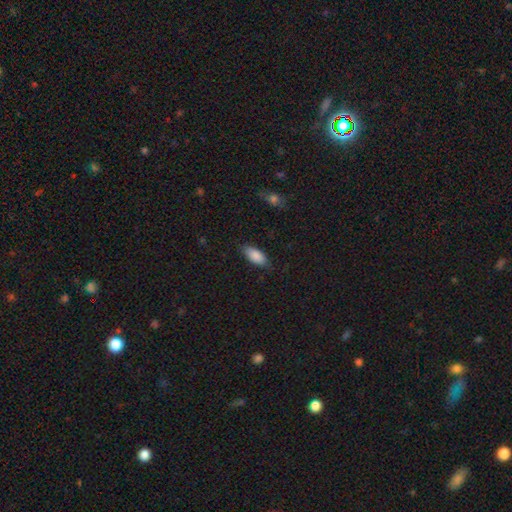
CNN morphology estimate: smooth_or_featured: smooth (p=0.87) [alt: featured or disk p=0.07]
how_rounded: in between (p=0.89) [alt: cigar-shaped p=0.09]
merging: none (p=0.80) [alt: minor disturbance p=0.15]